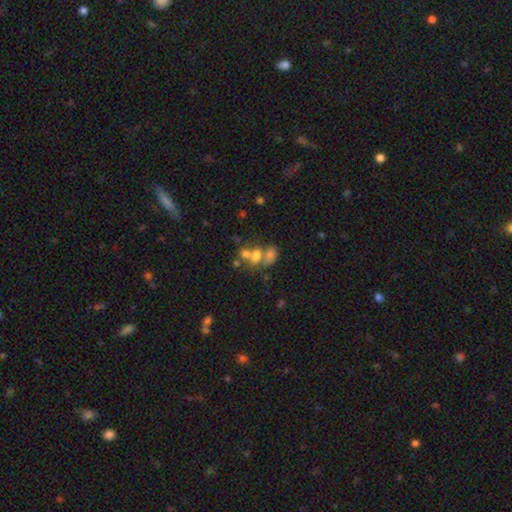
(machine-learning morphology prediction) Smooth or featured?
  - smooth: 57% *
  - featured or disk: 24%
  - star or artifact: 18%
How rounded?
  - in between: 57% *
  - round: 40%
  - cigar-shaped: 2%
Merging?
  - merger: 57% *
  - none: 27%
  - minor disturbance: 8%
  - major disturbance: 8%